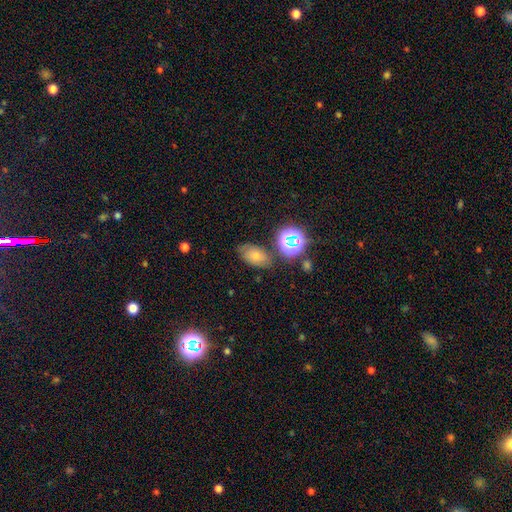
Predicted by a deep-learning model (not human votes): Smooth or featured? smooth (64%)
How rounded? in between (85%)
Merging? none (69%)